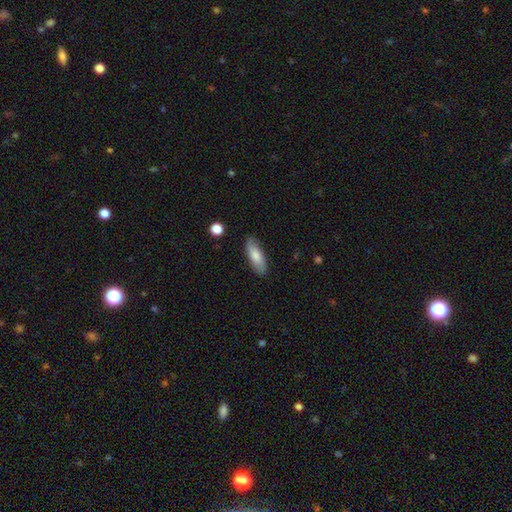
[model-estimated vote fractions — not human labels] Morphology: type=smooth (77%); roundness=in between (67%); merging=none (84%).